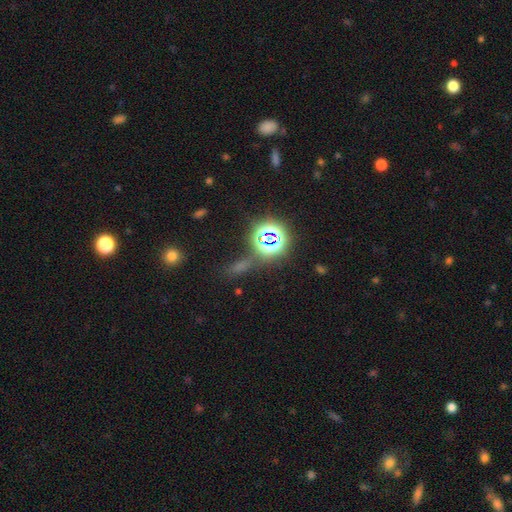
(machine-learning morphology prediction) This is likely a star or artifact rather than a galaxy (71%).